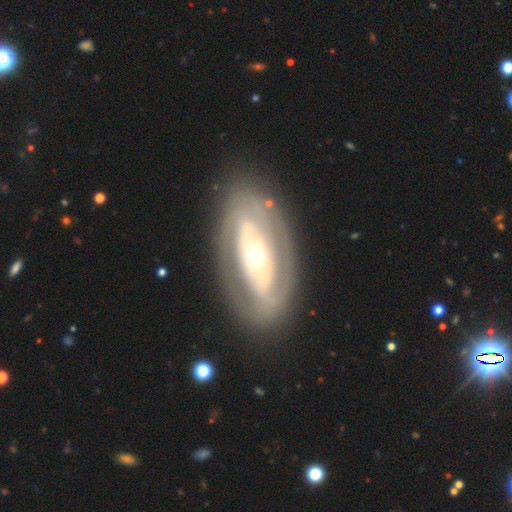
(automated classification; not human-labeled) A featured or disk galaxy (74%) with no bar (72%), no spiral arms (58%) and a moderate central bulge (54%). Merging: none (80%).